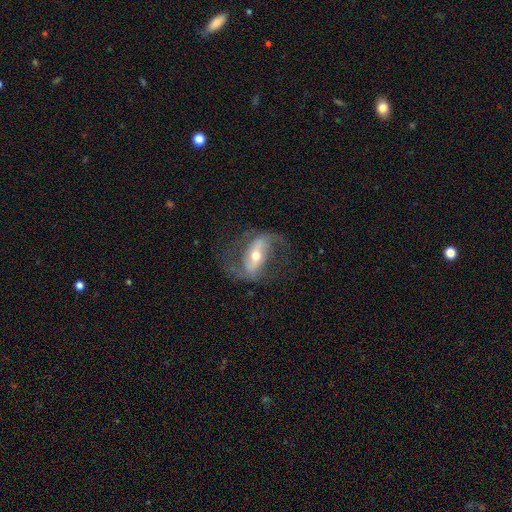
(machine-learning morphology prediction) Smooth or featured?
  - featured or disk: 86% *
  - smooth: 8%
  - star or artifact: 6%
Edge-on disk?
  - no: 93% *
  - yes: 7%
Bar?
  - strong: 56% *
  - weak: 29%
  - no: 15%
Spiral arms?
  - yes: 93% *
  - no: 7%
Spiral winding?
  - medium: 44% * (tied)
  - loose: 44% * (tied)
  - tight: 12%
Spiral arm count?
  - 2: 91% *
  - can't tell: 4%
  - 1: 2%
  - 3: 1%
  - 4: 1%
  - more than 4: 1%
Bulge size?
  - moderate: 61% *
  - small: 33%
  - large: 4%
  - dominant: 1%
  - none: 1%
Merging?
  - none: 71% *
  - minor disturbance: 14%
  - major disturbance: 13%
  - merger: 2%